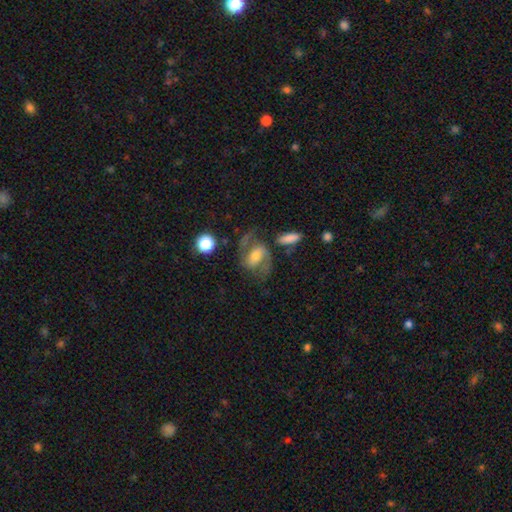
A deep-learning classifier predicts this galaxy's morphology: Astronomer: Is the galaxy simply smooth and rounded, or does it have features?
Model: featured or disk — 77%.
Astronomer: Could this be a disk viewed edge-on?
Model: no — 96%.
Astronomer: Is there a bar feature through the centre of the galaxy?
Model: weak — 42% (runner-up: strong, 36%).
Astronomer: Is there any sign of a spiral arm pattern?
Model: yes — 94%.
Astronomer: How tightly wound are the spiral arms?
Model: medium — 53% (runner-up: loose, 34%).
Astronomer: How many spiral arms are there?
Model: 2 — 91%.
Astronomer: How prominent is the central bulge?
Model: moderate — 55%.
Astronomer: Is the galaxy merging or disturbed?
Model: none — 64%.